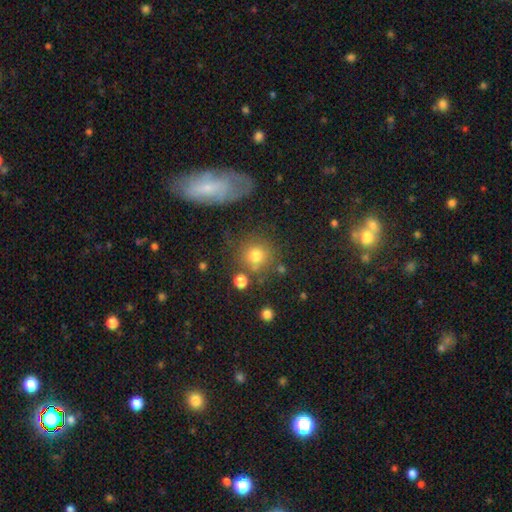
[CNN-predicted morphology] The model was most divided on "smooth or featured": smooth: 75%, star or artifact: 15%, featured or disk: 10%. More confident: how rounded — round (89%); merging — none (73%).